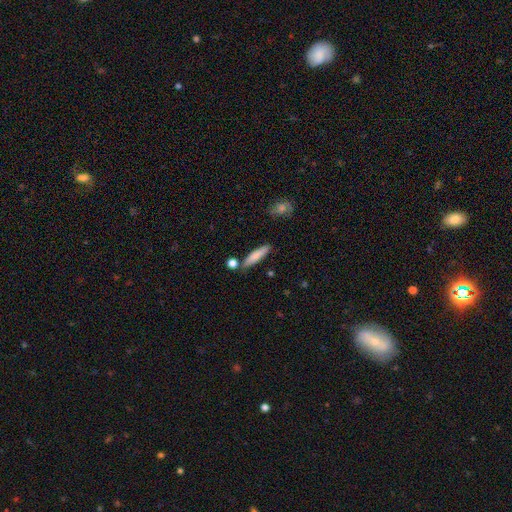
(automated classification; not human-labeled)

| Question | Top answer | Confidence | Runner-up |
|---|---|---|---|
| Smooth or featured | smooth | 80% | featured or disk (14%) |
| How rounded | cigar-shaped | 81% | in between (17%) |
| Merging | none | 79% | minor disturbance (11%) |